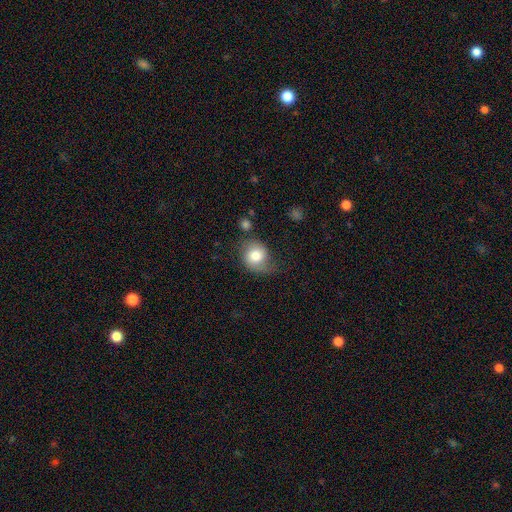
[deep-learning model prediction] The model was most divided on "merging": none: 50%, minor disturbance: 32%, major disturbance: 14%, merger: 4%. More confident: smooth or featured — smooth (69%); how rounded — round (68%).